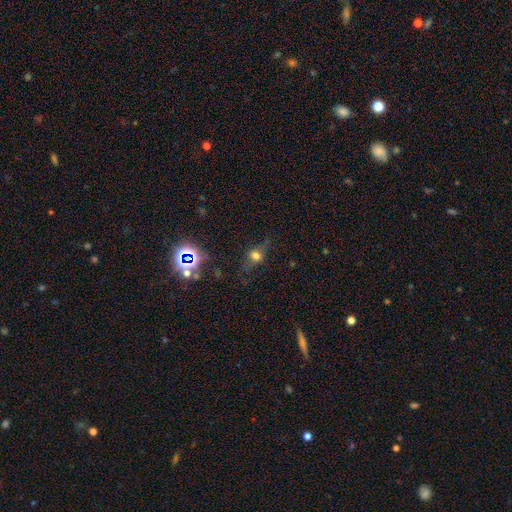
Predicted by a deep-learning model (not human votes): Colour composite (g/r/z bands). It shows a smooth galaxy with no disk features (57%) that is in between round and cigar-shaped (48%). Merging: none (61%).